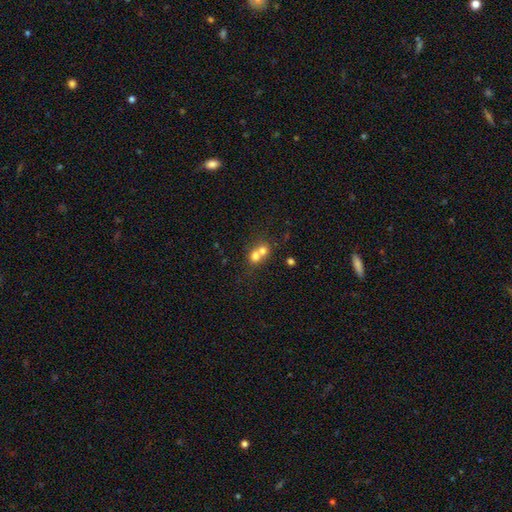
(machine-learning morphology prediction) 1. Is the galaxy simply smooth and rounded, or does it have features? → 70% smooth, 19% featured or disk, 12% star or artifact.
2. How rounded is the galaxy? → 73% round, 26% in between, 1% cigar-shaped.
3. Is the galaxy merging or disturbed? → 70% merger, 23% none, 4% minor disturbance, 2% major disturbance.